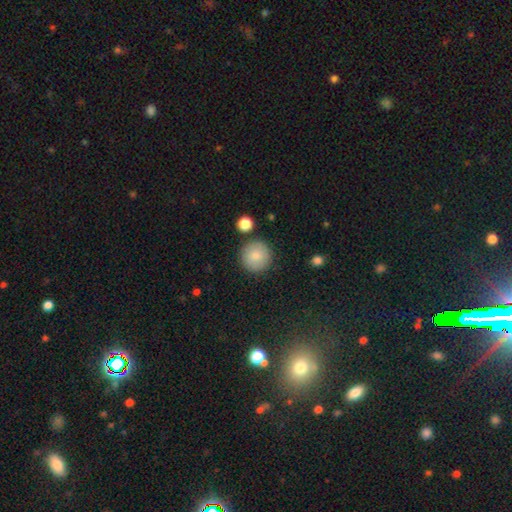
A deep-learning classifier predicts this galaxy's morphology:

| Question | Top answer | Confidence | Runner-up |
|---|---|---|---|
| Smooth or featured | smooth | 84% | featured or disk (9%) |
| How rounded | round | 95% | in between (4%) |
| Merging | none | 87% | minor disturbance (8%) |